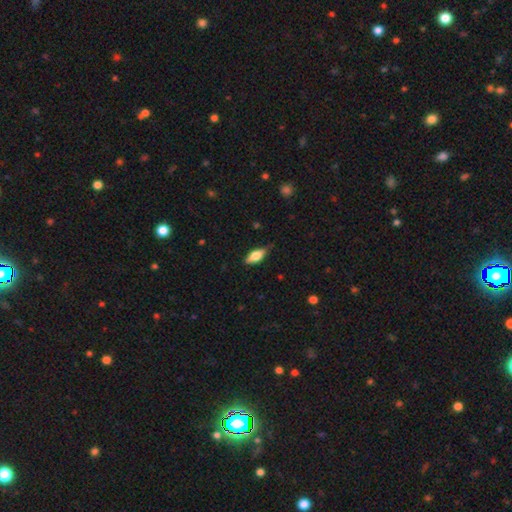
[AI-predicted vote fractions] smooth-or-featured: smooth: 65% | featured or disk: 28% | star or artifact: 6%
  how-rounded: in between: 77% | cigar-shaped: 21% | round: 3%
  merging: none: 80% | minor disturbance: 17% | major disturbance: 3% | merger: 1%